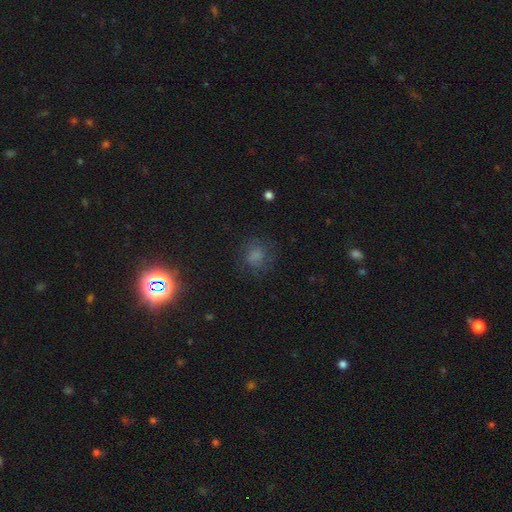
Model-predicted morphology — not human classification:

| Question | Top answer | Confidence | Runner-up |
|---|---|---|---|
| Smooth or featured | smooth | 62% | featured or disk (19%) |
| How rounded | round | 77% | in between (22%) |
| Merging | none | 69% | minor disturbance (18%) |